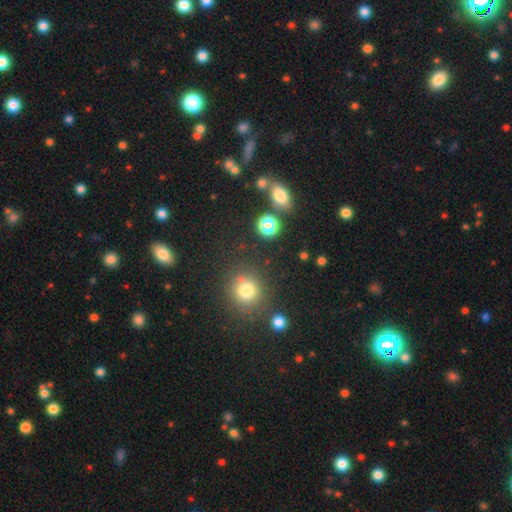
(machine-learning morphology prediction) Overall: smooth (57%; star or artifact 37%). How rounded: round (90%). Merging: none (86%).